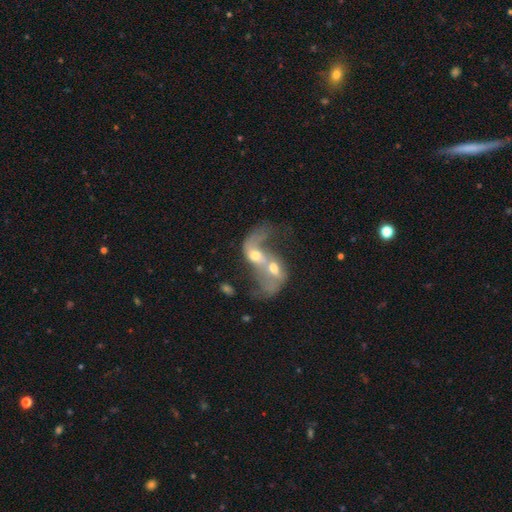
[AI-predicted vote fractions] Q: Smooth or featured?
A: featured or disk (66%); runner-up: smooth (25%)
Q: Edge-on disk?
A: no (95%); runner-up: yes (5%)
Q: Bar?
A: no (63%); runner-up: weak (27%)
Q: Spiral arms?
A: yes (64%); runner-up: no (36%)
Q: Bulge size?
A: moderate (59%); runner-up: small (22%)
Q: Merging?
A: merger (81%); runner-up: major disturbance (9%)